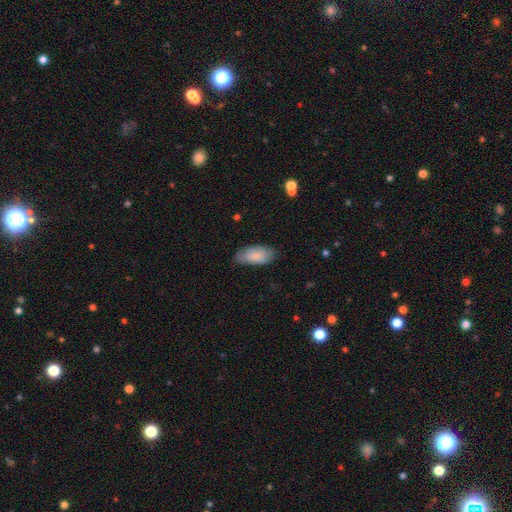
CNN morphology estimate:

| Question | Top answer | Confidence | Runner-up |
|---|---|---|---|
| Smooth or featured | smooth | 84% | featured or disk (10%) |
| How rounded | in between | 91% | cigar-shaped (7%) |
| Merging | none | 72% | minor disturbance (23%) |